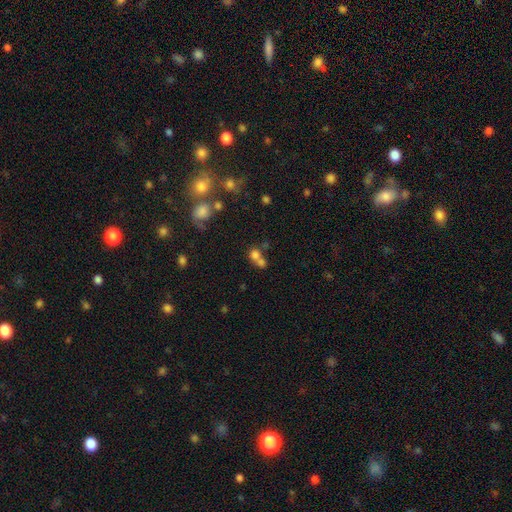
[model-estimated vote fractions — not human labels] Smooth or featured? smooth (69%)
How rounded? round (70%)
Merging? merger (57%)